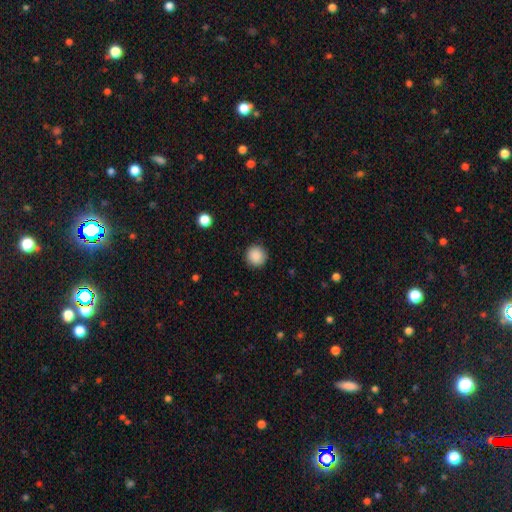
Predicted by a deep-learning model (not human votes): Smooth or featured?
  - smooth: 88% *
  - star or artifact: 9%
  - featured or disk: 3%
How rounded?
  - round: 95% *
  - in between: 4%
  - cigar-shaped: 1%
Merging?
  - none: 91% *
  - minor disturbance: 6%
  - major disturbance: 2%
  - merger: 1%